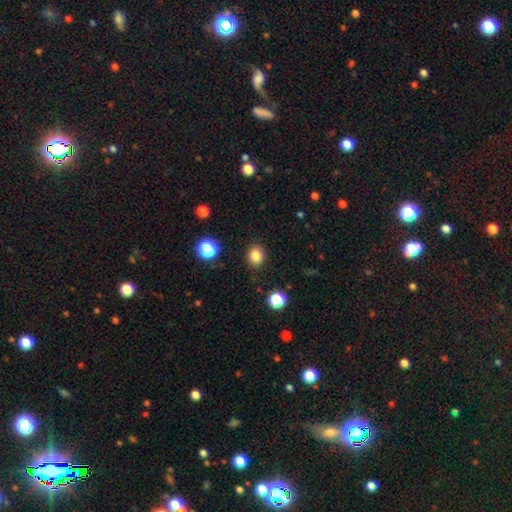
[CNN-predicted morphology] Q: Smooth or featured?
A: smooth (84%); runner-up: star or artifact (12%)
Q: How rounded?
A: round (81%); runner-up: in between (18%)
Q: Merging?
A: none (90%); runner-up: minor disturbance (6%)